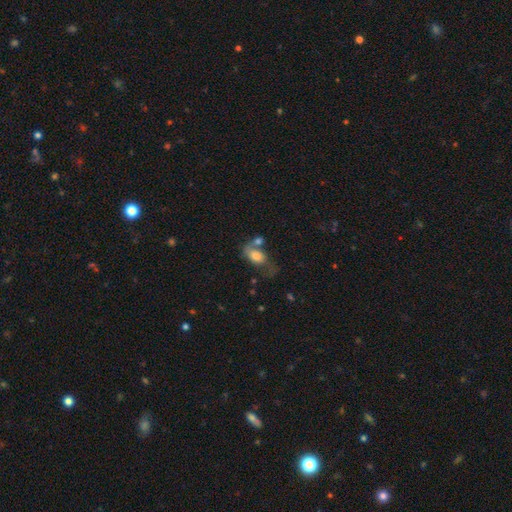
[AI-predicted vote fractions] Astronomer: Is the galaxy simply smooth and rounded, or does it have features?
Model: smooth — 66%.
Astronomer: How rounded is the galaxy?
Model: in between — 84%.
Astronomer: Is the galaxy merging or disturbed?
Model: merger — 31% (runner-up: none, 29%).